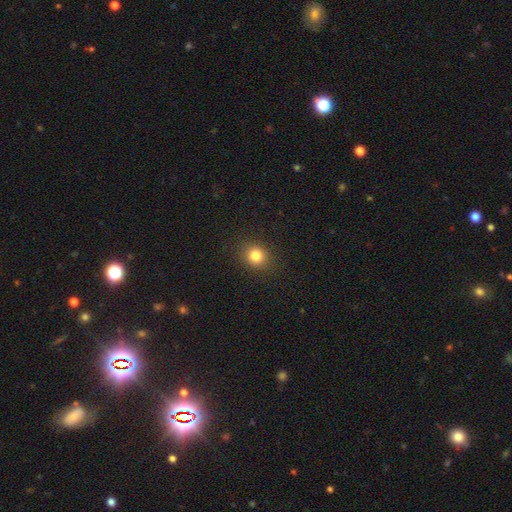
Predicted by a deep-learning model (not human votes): Q: Smooth or featured?
A: smooth (82%); runner-up: star or artifact (12%)
Q: How rounded?
A: round (78%); runner-up: in between (22%)
Q: Merging?
A: none (90%); runner-up: minor disturbance (7%)